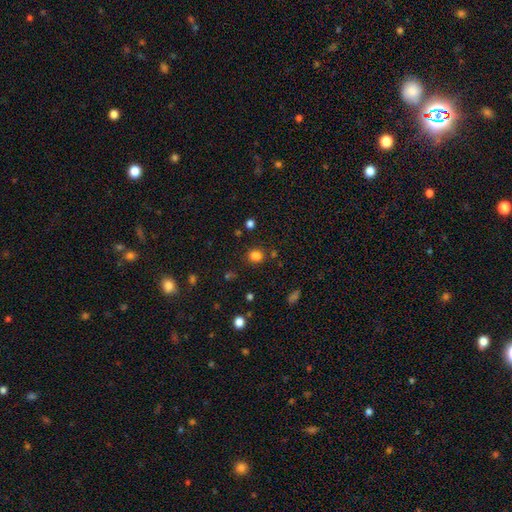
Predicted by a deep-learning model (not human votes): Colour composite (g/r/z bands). It shows a smooth galaxy with no disk features (78%) that is round (62%). Merging: none (75%).